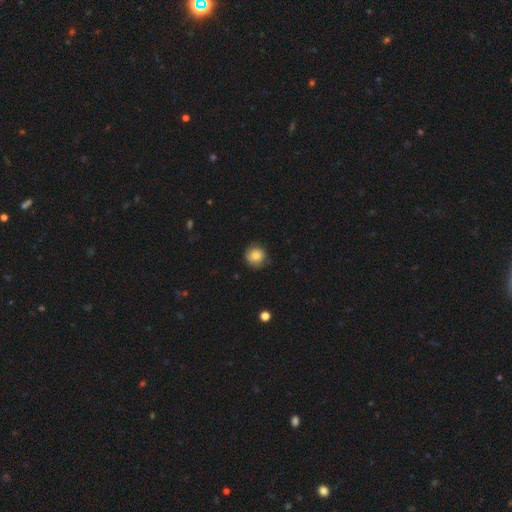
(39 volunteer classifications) Smooth or featured: smooth — 79% (featured or disk — 13%)
How rounded: round — 81% (in between — 19%)
Merging: none — 83% (minor disturbance — 14%)